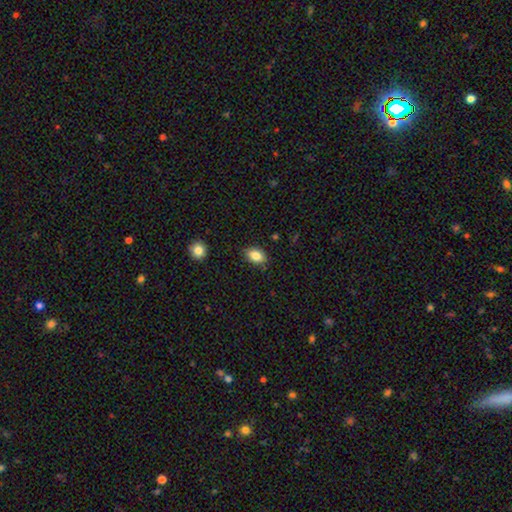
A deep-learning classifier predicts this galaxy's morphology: Smooth or featured? Predicted: smooth (p=0.84). How rounded? Predicted: in between (p=0.83). Merging? Predicted: none (p=0.83).